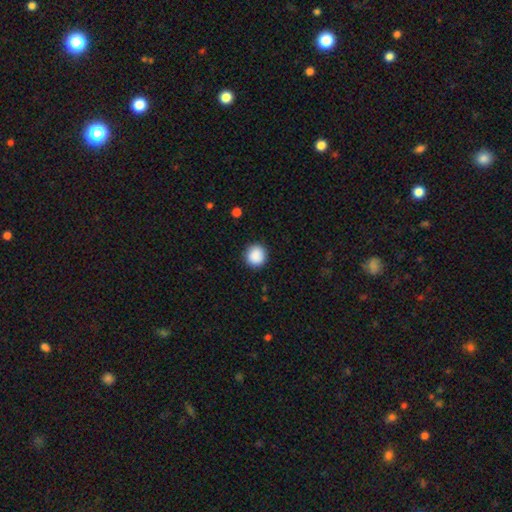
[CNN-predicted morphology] Overall: smooth (89%). How rounded: round (94%). Merging: none (91%).